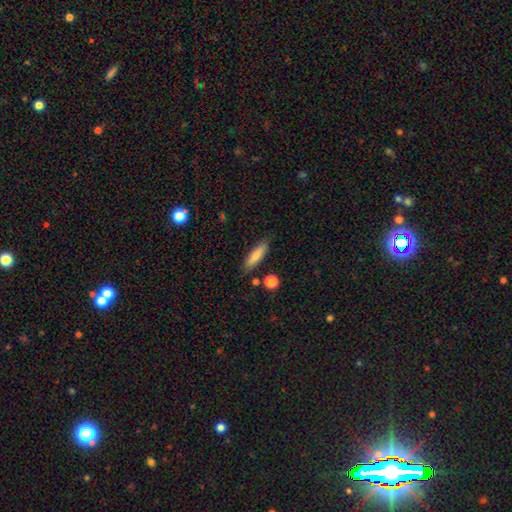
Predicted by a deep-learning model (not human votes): This is likely a smooth galaxy (76%). How rounded: likely cigar-shaped (66%). Merging: clearly none (83%).